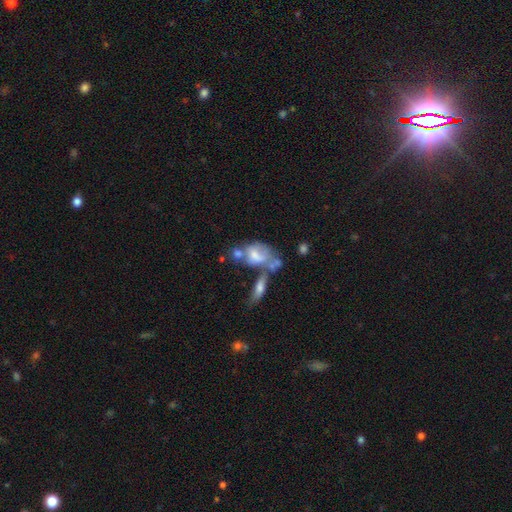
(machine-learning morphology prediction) Smooth or featured: featured or disk — 48% (smooth — 41%)
Merging: merger — 46% (none — 21%)